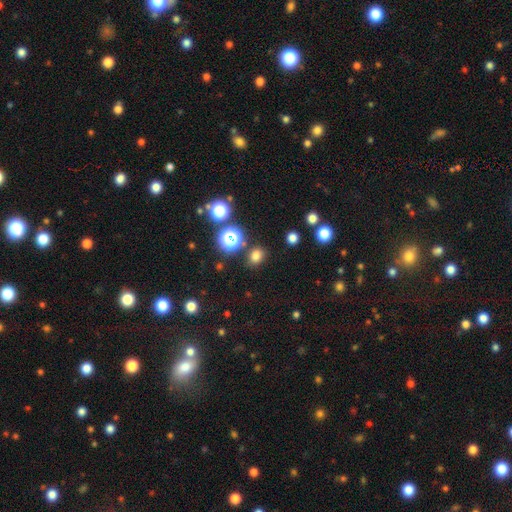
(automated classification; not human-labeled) Q: Smooth or featured?
A: smooth (74%); runner-up: star or artifact (21%)
Q: How rounded?
A: round (55%); runner-up: in between (44%)
Q: Merging?
A: none (83%); runner-up: minor disturbance (10%)